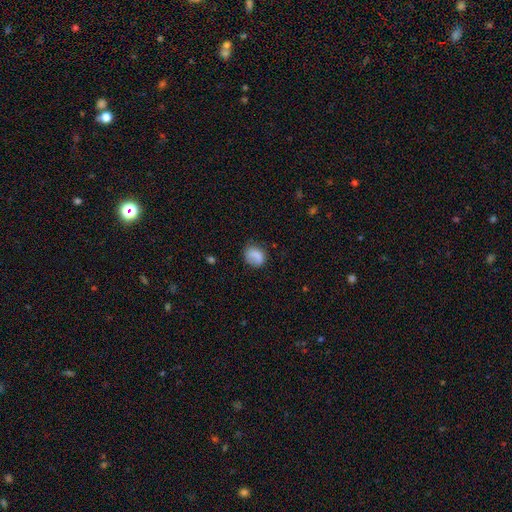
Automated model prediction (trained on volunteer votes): This appears to be a smooth galaxy with no disk features (79%) that is round (58%). Merging: none (63%).